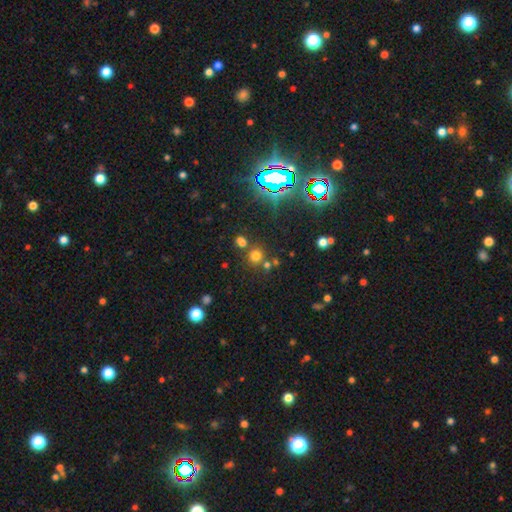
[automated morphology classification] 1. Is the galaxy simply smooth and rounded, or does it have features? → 63% smooth, 30% star or artifact, 8% featured or disk.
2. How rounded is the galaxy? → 91% round, 8% in between, 1% cigar-shaped.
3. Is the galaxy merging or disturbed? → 70% none, 19% merger, 8% minor disturbance, 4% major disturbance.